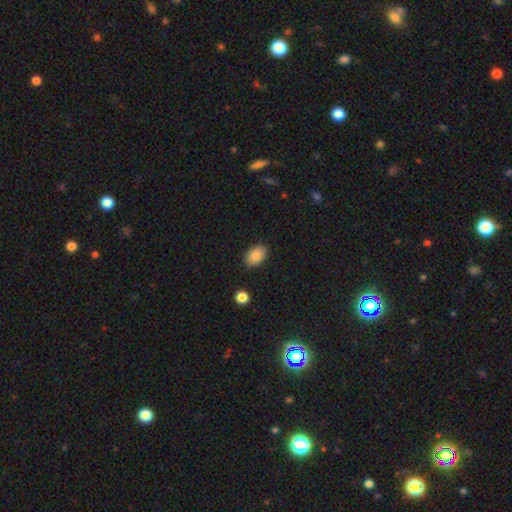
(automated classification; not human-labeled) This appears to be a smooth galaxy with no disk features (86%) that is in between round and cigar-shaped (88%). Merging: none (88%).